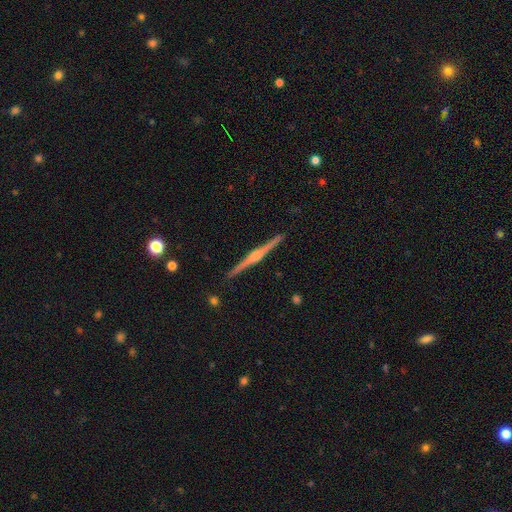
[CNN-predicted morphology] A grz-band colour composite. It shows a featured or disk galaxy (86%) viewed edge-on (99%) with a rounded central bulge (87%). Merging: none (93%).